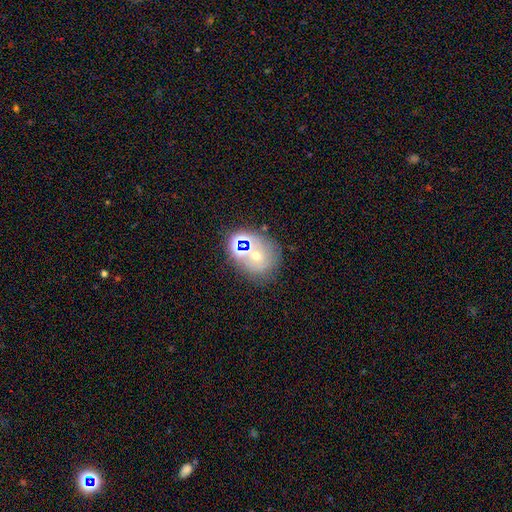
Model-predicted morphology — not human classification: Smooth or featured? Predicted: featured or disk (p=0.35). Merging? Predicted: none (p=0.66).